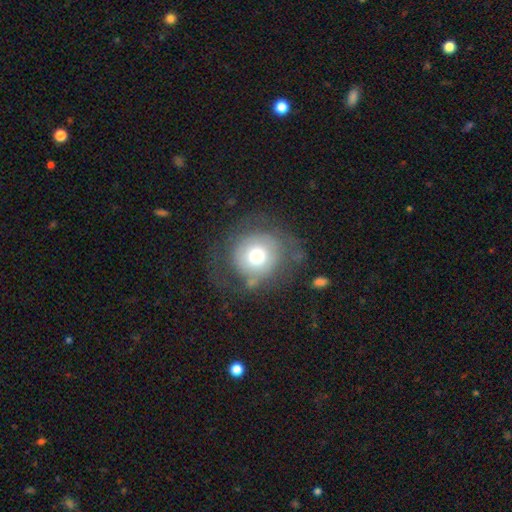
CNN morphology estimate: smooth 51%, featured or disk 38%, star or artifact 11%. Down the decision tree: how rounded — round (89%); merging — none (64%).